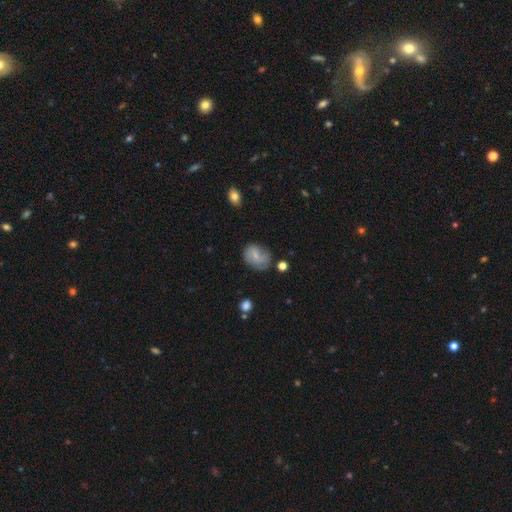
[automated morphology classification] Smooth or featured?
  - smooth: 59% *
  - featured or disk: 32%
  - star or artifact: 9%
How rounded?
  - in between: 57% *
  - round: 41%
  - cigar-shaped: 1%
Merging?
  - none: 55% *
  - minor disturbance: 28%
  - major disturbance: 13%
  - merger: 4%